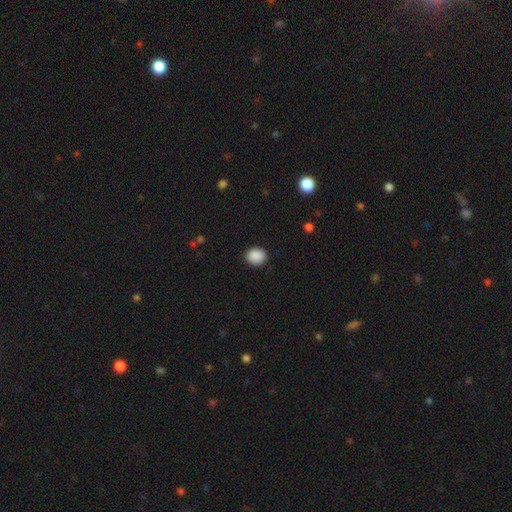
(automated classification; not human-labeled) Smooth or featured? Predicted: smooth (p=0.90). How rounded? Predicted: round (p=0.71). Merging? Predicted: none (p=0.90).